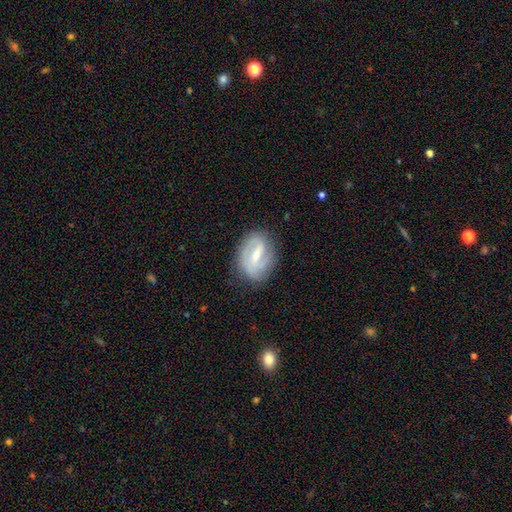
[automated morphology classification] This appears to be a featured or disk galaxy (71%) with a strong bar (45%, tied with weak), 2 (61%) tight (41%) spiral arms (79%) and a moderate central bulge (45%, tied with small). Merging: none (72%).